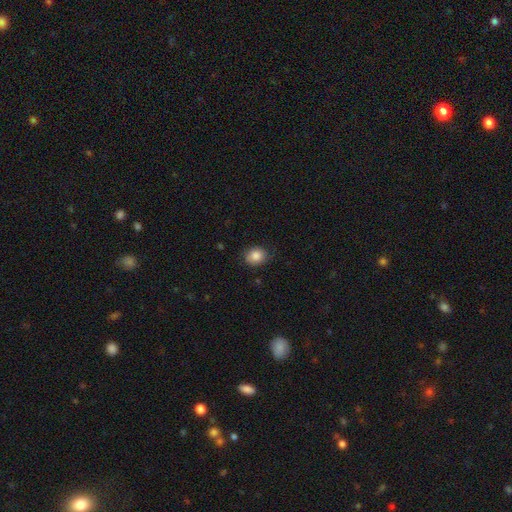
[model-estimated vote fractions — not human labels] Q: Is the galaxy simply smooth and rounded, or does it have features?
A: smooth — 85%.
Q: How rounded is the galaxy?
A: round — 56%.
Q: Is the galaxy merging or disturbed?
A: none — 80%.